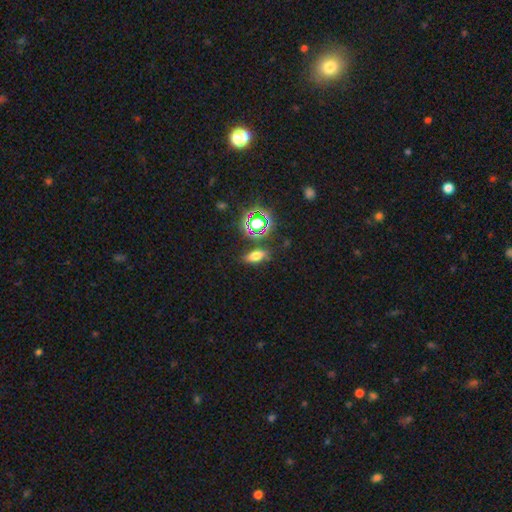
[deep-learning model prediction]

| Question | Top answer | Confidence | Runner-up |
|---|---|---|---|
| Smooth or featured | smooth | 61% | star or artifact (25%) |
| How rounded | in between | 68% | cigar-shaped (22%) |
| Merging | none | 82% | minor disturbance (11%) |